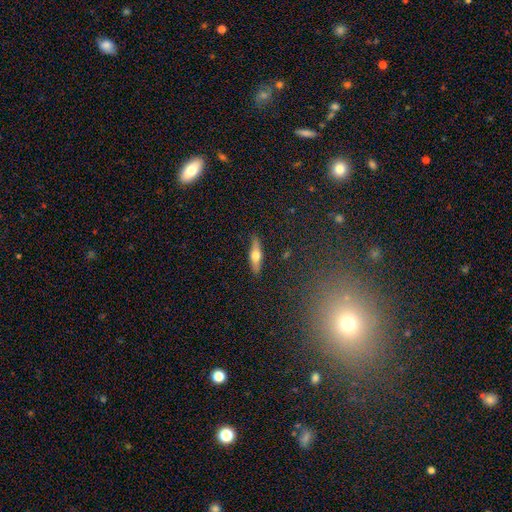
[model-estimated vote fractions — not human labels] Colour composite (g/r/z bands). It shows a smooth galaxy with no disk features (53%) that is cigar-shaped (63%). Merging: none (88%).